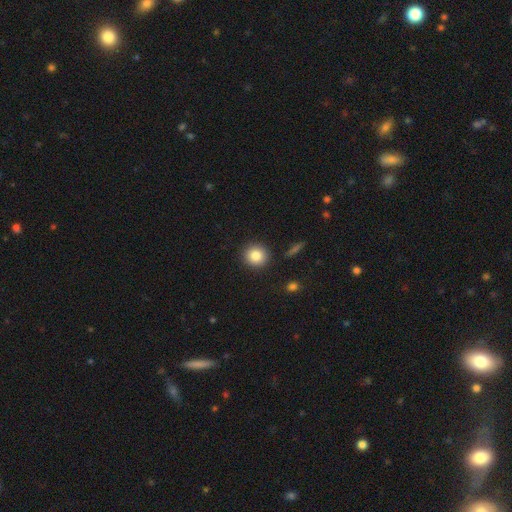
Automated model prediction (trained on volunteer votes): Overall: smooth (83%). How rounded: round (91%). Merging: none (90%).